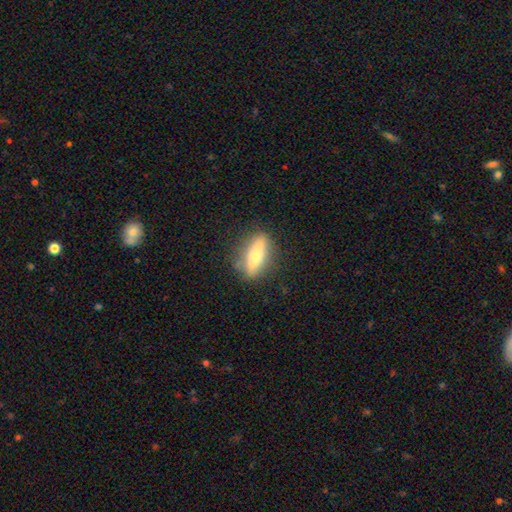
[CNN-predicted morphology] This is possibly a smooth galaxy (59%). How rounded: possibly in between (53%). Merging: clearly none (82%).